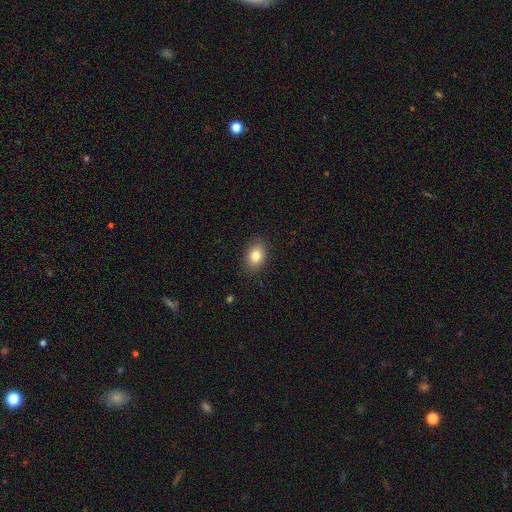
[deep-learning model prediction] The model was most divided on "how rounded": in between: 75%, round: 24%, cigar-shaped: 1%. More confident: merging — none (87%); smooth or featured — smooth (82%).